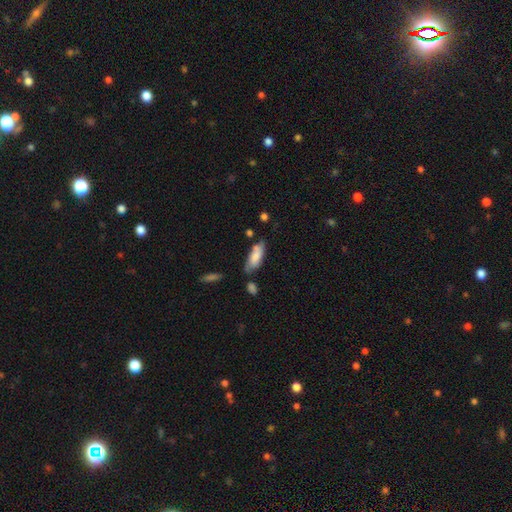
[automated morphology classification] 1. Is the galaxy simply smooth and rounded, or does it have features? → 74% smooth, 20% featured or disk, 6% star or artifact.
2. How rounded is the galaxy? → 70% in between, 28% cigar-shaped, 2% round.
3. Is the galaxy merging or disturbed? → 60% none, 24% minor disturbance, 10% merger, 6% major disturbance.